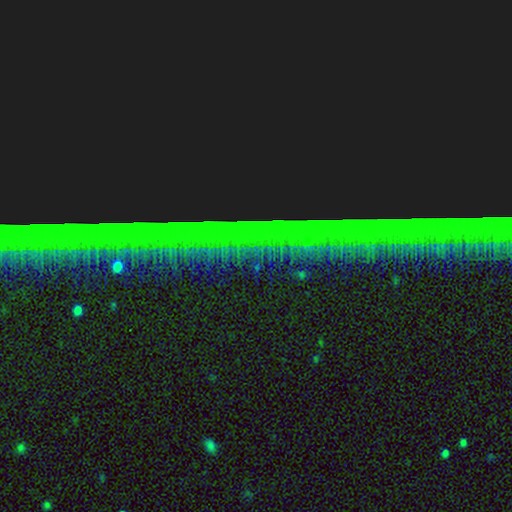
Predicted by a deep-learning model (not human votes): Morphology: type=star or artifact (87%).